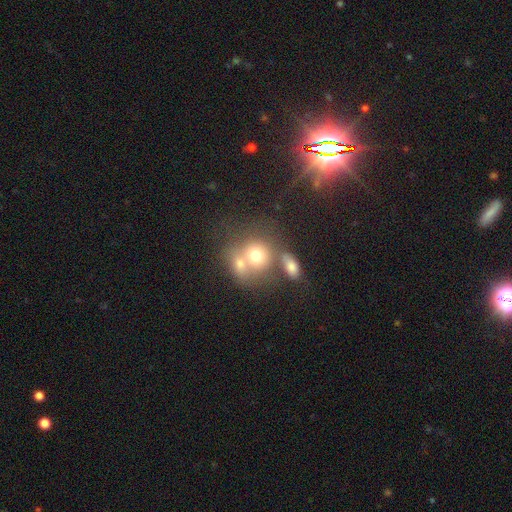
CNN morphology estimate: smooth-or-featured: smooth: 67% | featured or disk: 22% | star or artifact: 12%
  how-rounded: round: 74% | in between: 25% | cigar-shaped: 1%
  merging: merger: 54% | none: 30% | minor disturbance: 9% | major disturbance: 6%